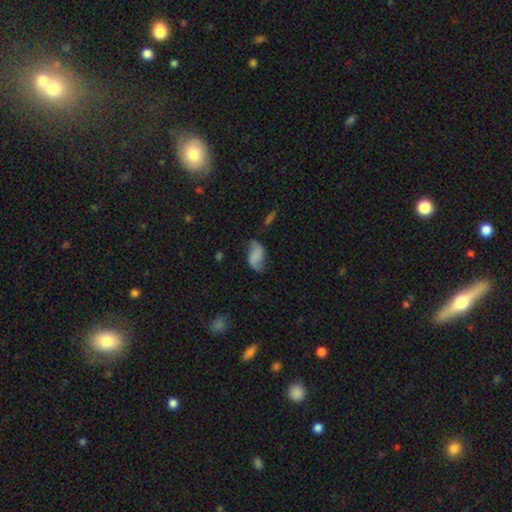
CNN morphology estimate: This is possibly a smooth galaxy (52%). How rounded: clearly in between (91%). Merging: likely none (61%).